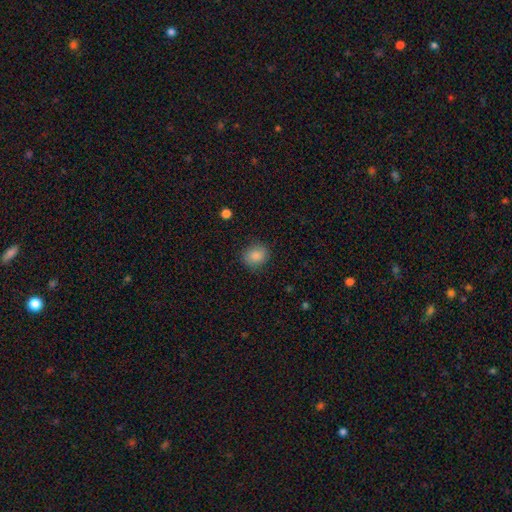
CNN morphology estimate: Smooth or featured: smooth — 87% (star or artifact — 9%)
How rounded: round — 59% (in between — 40%)
Merging: none — 85% (minor disturbance — 11%)